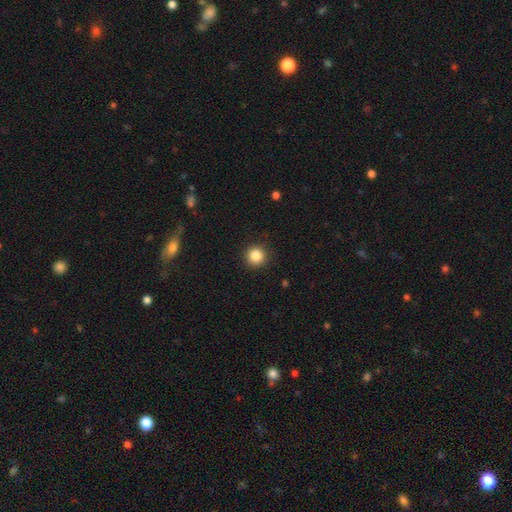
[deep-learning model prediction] Smooth or featured: smooth — 85% (star or artifact — 11%)
How rounded: round — 95% (in between — 4%)
Merging: none — 92% (minor disturbance — 5%)